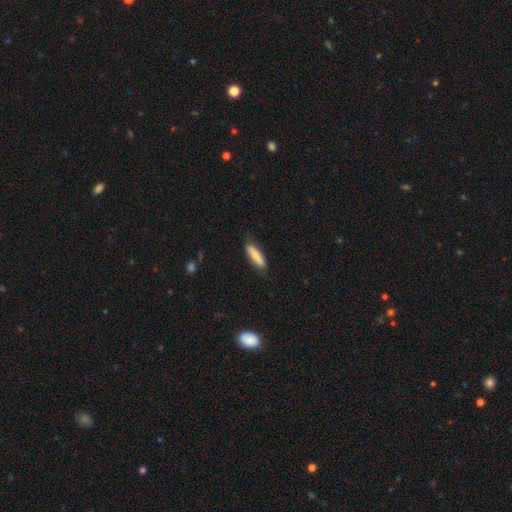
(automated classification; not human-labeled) Smooth or featured: smooth — 78% (featured or disk — 16%)
How rounded: cigar-shaped — 66% (in between — 33%)
Merging: none — 81% (minor disturbance — 15%)